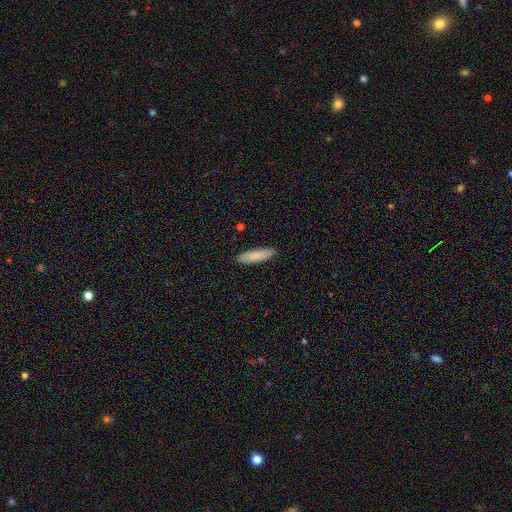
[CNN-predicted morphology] type=smooth (86%); roundness=cigar-shaped (64%); merging=none (90%).